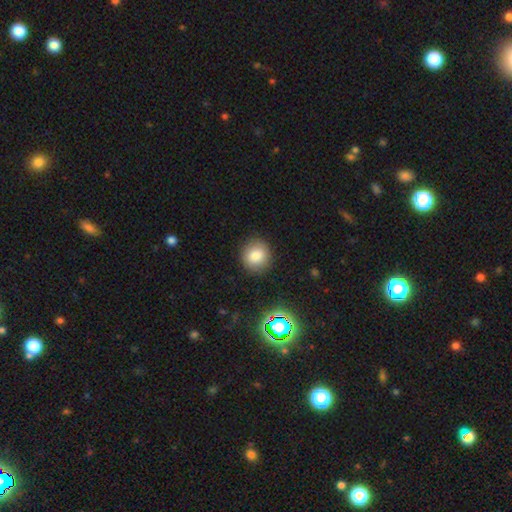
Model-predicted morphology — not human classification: type=smooth (81%); roundness=round (91%); merging=none (89%).